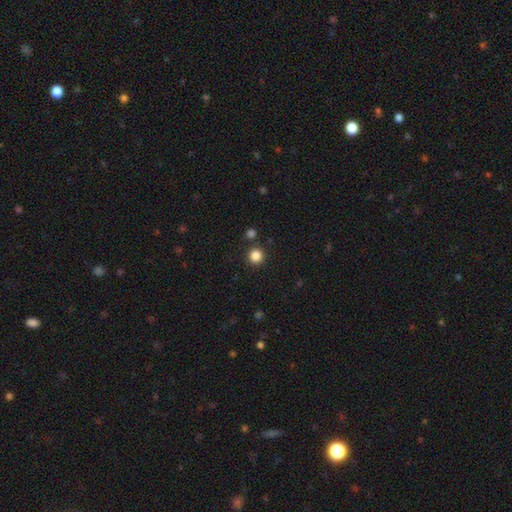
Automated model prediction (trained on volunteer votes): Q: Smooth or featured?
A: smooth (84%); runner-up: star or artifact (12%)
Q: How rounded?
A: round (94%); runner-up: in between (5%)
Q: Merging?
A: none (88%); runner-up: minor disturbance (6%)